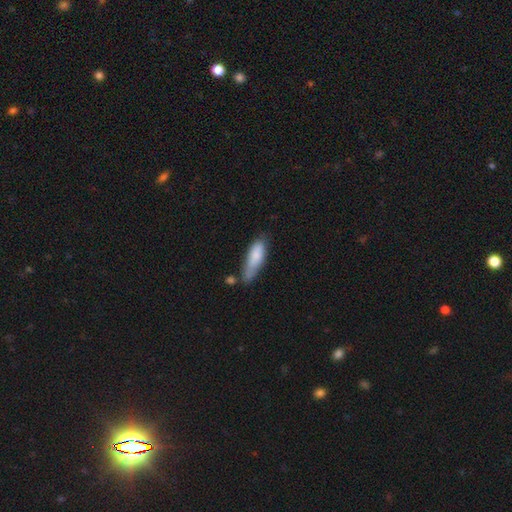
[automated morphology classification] The model was most divided on "how rounded": in between: 50%, cigar-shaped: 48%, round: 2%. Remaining: smooth or featured — smooth (81%); merging — none (43%).